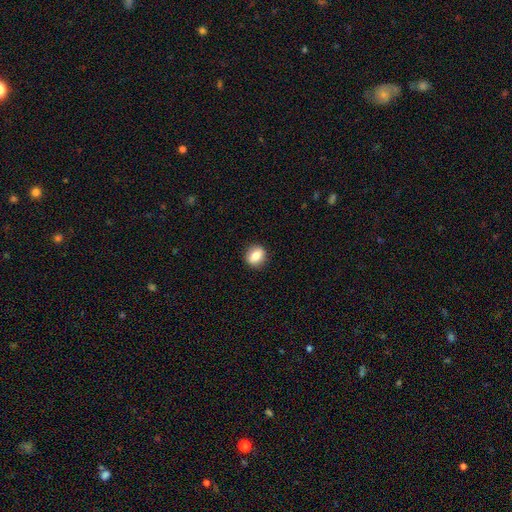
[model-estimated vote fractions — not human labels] smooth_or_featured: smooth (p=0.78) [alt: featured or disk p=0.14]
how_rounded: round (p=0.67) [alt: in between p=0.32]
merging: none (p=0.90) [alt: minor disturbance p=0.07]